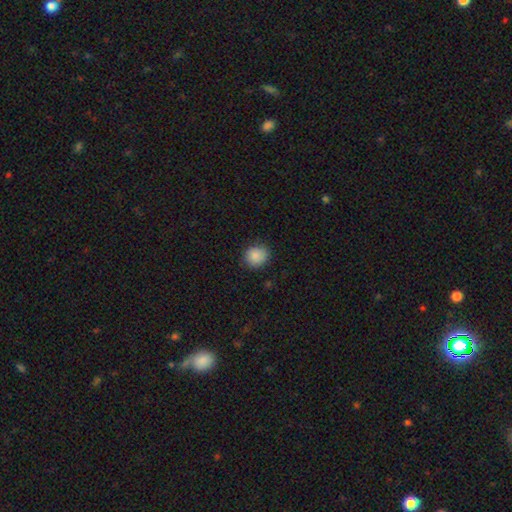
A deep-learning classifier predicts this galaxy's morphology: type=smooth (87%); roundness=round (78%); merging=none (83%).